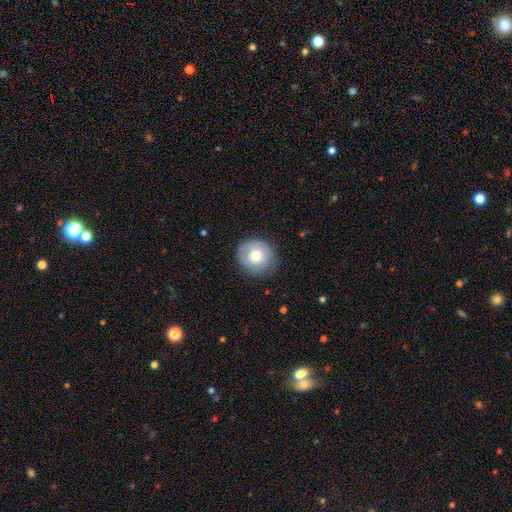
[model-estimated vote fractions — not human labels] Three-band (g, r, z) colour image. It shows a smooth galaxy with no disk features (72%) that is round (88%). Merging: none (80%).